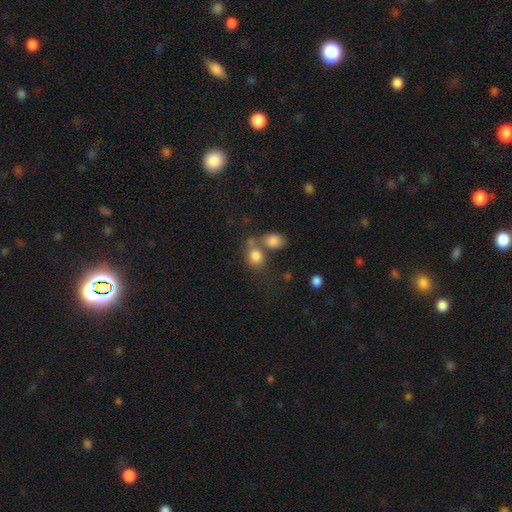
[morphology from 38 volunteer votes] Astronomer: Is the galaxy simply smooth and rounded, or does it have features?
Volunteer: smooth — 89%.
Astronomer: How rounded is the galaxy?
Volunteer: round — 71%.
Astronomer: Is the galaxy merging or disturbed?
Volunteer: none — 44% (runner-up: merger, 36%).